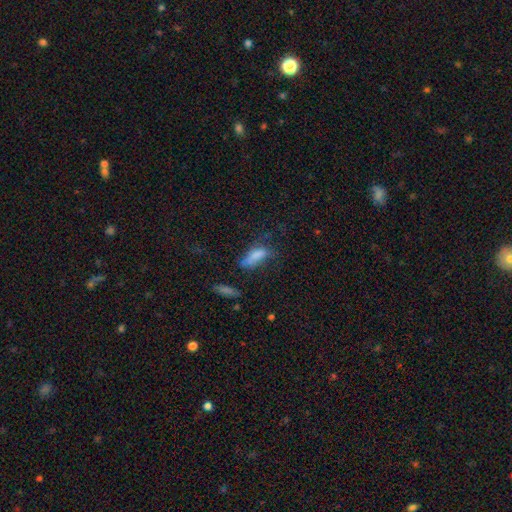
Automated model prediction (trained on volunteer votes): This appears to be a smooth galaxy with no disk features (70%) that is in between round and cigar-shaped (69%). Merging: none (36%).